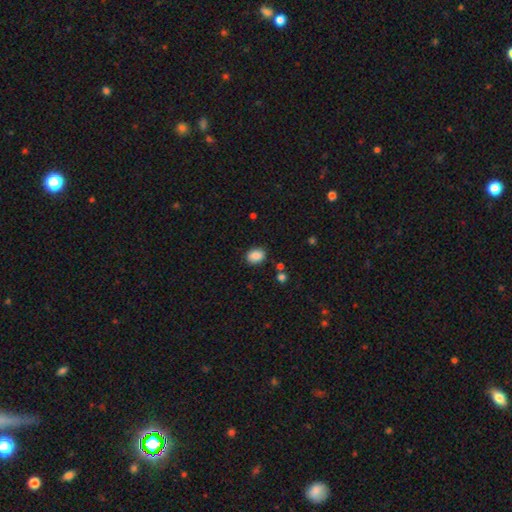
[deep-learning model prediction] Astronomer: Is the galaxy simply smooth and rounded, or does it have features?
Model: smooth — 88%.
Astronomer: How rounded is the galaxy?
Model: in between — 63%.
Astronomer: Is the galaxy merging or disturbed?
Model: none — 82%.